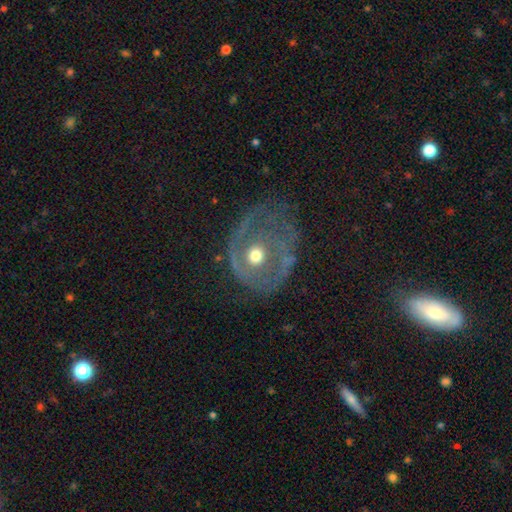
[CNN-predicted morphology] smooth_or_featured: featured or disk (p=0.65) [alt: smooth p=0.26]
disk_edge_on: no (p=0.96) [alt: yes p=0.04]
bar: no (p=0.86) [alt: weak p=0.11]
has_spiral_arms: no (p=0.53) [alt: yes p=0.47]
bulge_size: moderate (p=0.72) [alt: small p=0.18]
merging: none (p=0.48) [alt: major disturbance p=0.28]